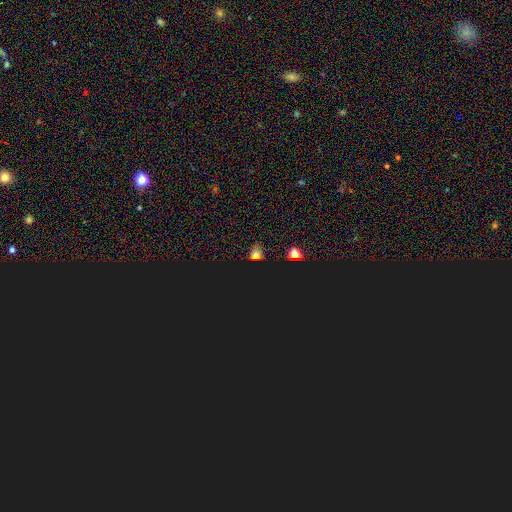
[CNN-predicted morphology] A star or artifact, not a galaxy (47%).

Vote fractions:
- Smooth or featured? star or artifact: 47% / smooth: 45% / featured or disk: 8%